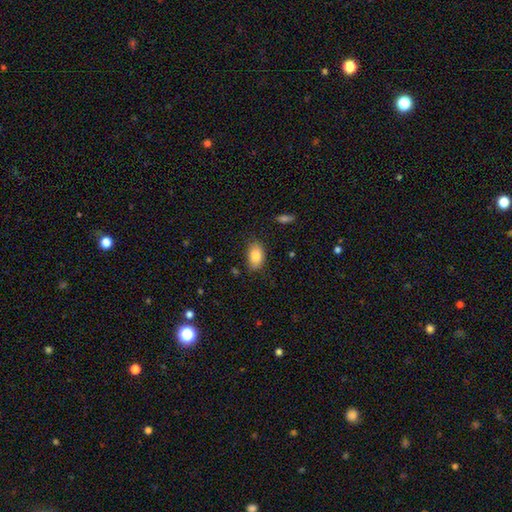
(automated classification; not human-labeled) smooth-or-featured: smooth: 87% | star or artifact: 7% | featured or disk: 6%
  how-rounded: in between: 89% | round: 10% | cigar-shaped: 2%
  merging: none: 74% | minor disturbance: 20% | major disturbance: 4% | merger: 2%